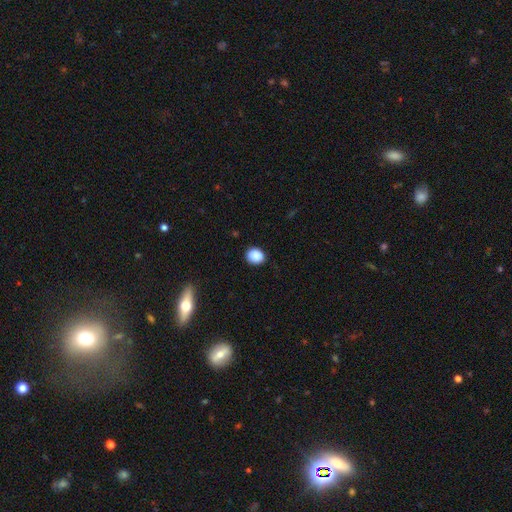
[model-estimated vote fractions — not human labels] Smooth or featured?
  - smooth: 89% *
  - star or artifact: 8%
  - featured or disk: 3%
How rounded?
  - round: 62% *
  - in between: 37%
  - cigar-shaped: 1%
Merging?
  - none: 86% *
  - minor disturbance: 11%
  - major disturbance: 2%
  - merger: 1%